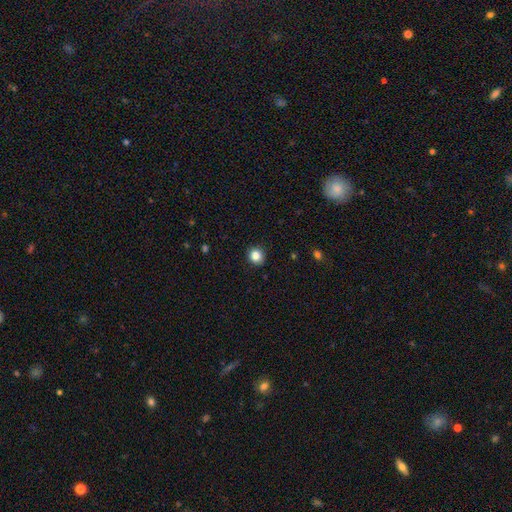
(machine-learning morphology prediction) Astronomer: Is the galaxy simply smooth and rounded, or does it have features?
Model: smooth — 84%.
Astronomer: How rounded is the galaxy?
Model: round — 91%.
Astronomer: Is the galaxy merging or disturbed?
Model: none — 92%.